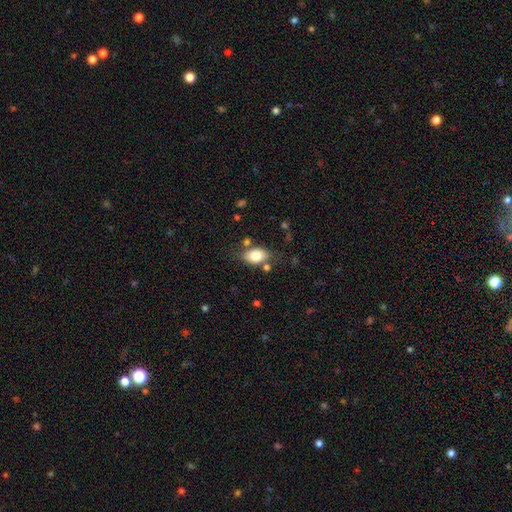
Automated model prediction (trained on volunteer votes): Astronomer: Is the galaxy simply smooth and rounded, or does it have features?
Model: smooth — 78%.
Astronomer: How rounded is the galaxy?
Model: in between — 82%.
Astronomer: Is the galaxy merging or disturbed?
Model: none — 70%.